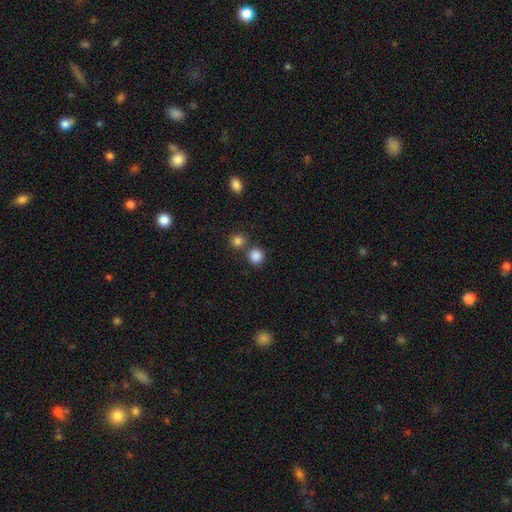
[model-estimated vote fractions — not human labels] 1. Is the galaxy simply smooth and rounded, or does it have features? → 85% smooth, 11% star or artifact, 4% featured or disk.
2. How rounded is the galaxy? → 92% round, 7% in between, 1% cigar-shaped.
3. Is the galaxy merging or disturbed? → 74% none, 16% merger, 7% minor disturbance, 3% major disturbance.